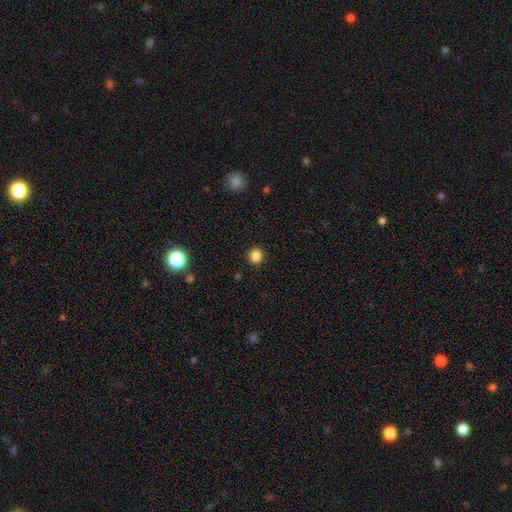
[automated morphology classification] smooth_or_featured: smooth (p=0.85) [alt: star or artifact p=0.12]
how_rounded: round (p=0.76) [alt: in between p=0.23]
merging: none (p=0.91) [alt: minor disturbance p=0.06]